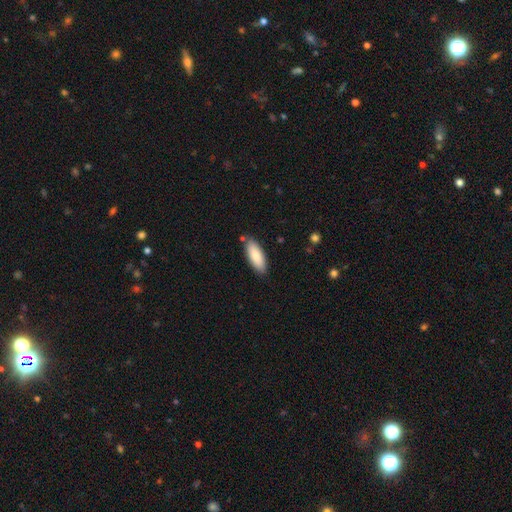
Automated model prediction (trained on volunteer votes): Smooth or featured: smooth — 85% (featured or disk — 10%)
How rounded: in between — 70% (cigar-shaped — 29%)
Merging: none — 83% (minor disturbance — 11%)